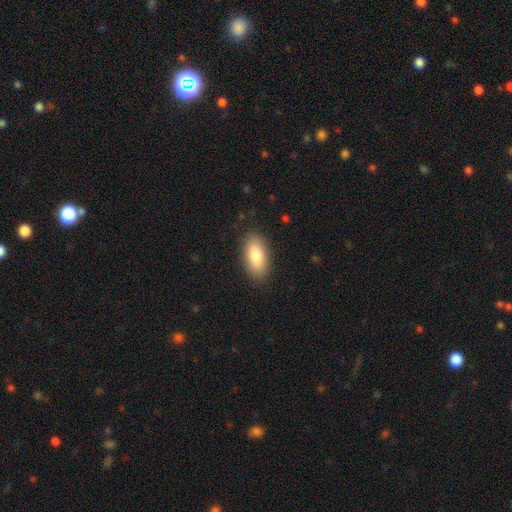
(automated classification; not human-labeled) smooth_or_featured: smooth (p=0.84) [alt: featured or disk p=0.10]
how_rounded: in between (p=0.89) [alt: cigar-shaped p=0.08]
merging: none (p=0.87) [alt: minor disturbance p=0.10]